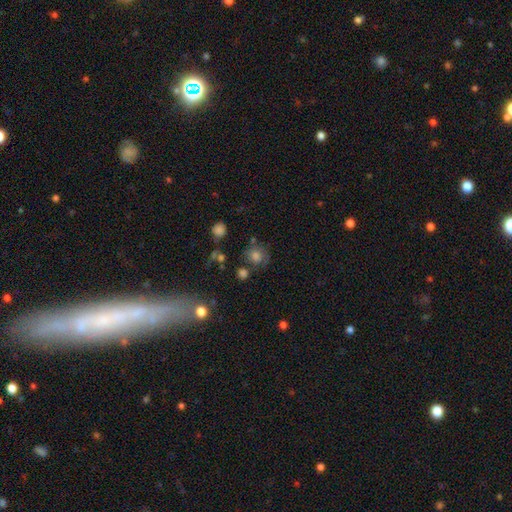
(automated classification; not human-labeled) A smooth galaxy with no disk features (71%) that is round (81%).

Vote fractions:
- Smooth or featured? smooth: 71% / star or artifact: 16% / featured or disk: 13%
- How rounded? round: 81% / in between: 18% / cigar-shaped: 1%
- Merging? none: 64% / minor disturbance: 18% / major disturbance: 10% / merger: 8%